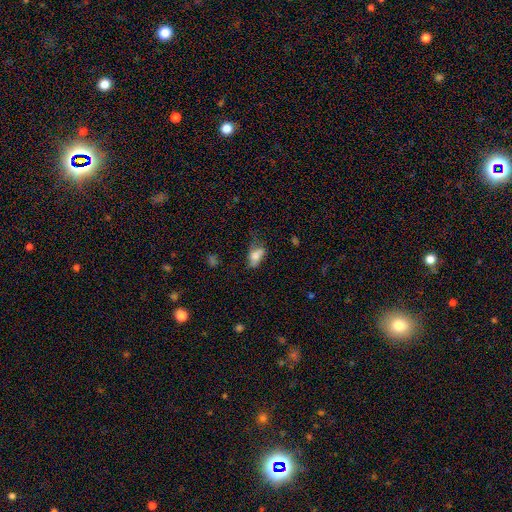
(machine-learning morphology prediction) Q: Smooth or featured?
A: smooth (68%); runner-up: featured or disk (22%)
Q: How rounded?
A: in between (87%); runner-up: round (8%)
Q: Merging?
A: none (40%); runner-up: minor disturbance (32%)